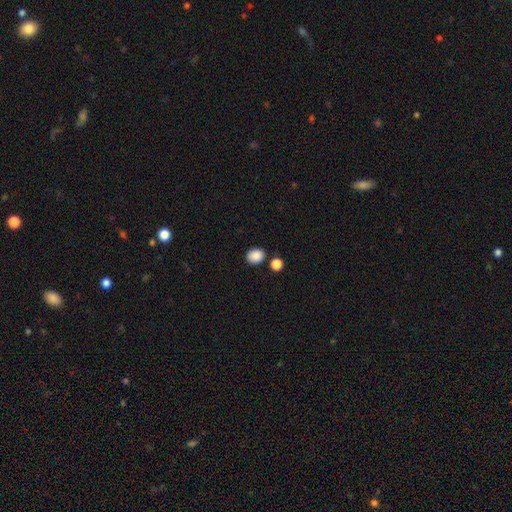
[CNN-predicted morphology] Smooth or featured: smooth — 88% (star or artifact — 9%)
How rounded: round — 50% (in between — 49%)
Merging: none — 80% (minor disturbance — 10%)